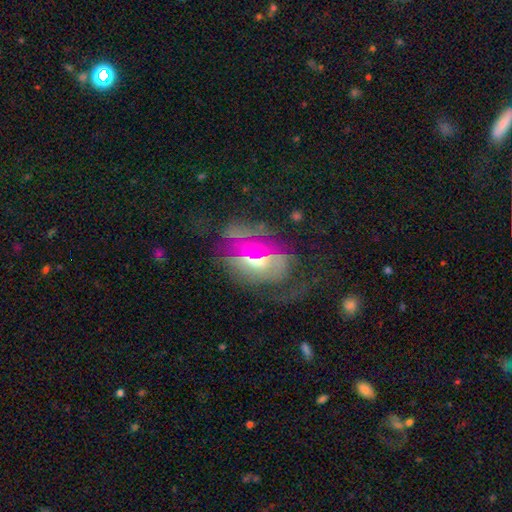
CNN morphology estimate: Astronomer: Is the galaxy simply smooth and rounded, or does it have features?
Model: featured or disk — 54% (runner-up: smooth, 30%).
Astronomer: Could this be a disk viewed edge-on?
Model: no — 83%.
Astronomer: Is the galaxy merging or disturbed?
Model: none — 51%.